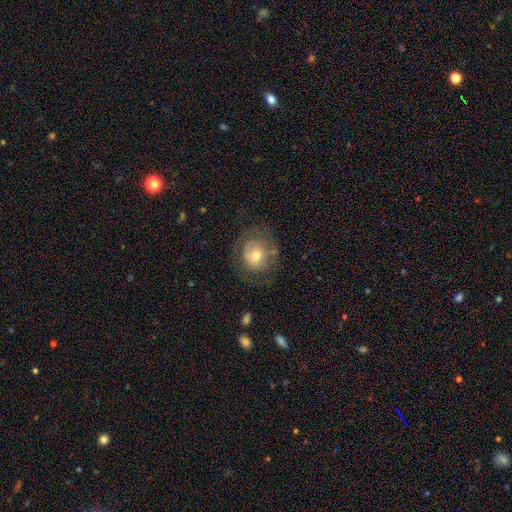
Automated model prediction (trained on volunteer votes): Smooth or featured: smooth — 52% (featured or disk — 39%)
How rounded: round — 75% (in between — 24%)
Merging: none — 64% (minor disturbance — 19%)